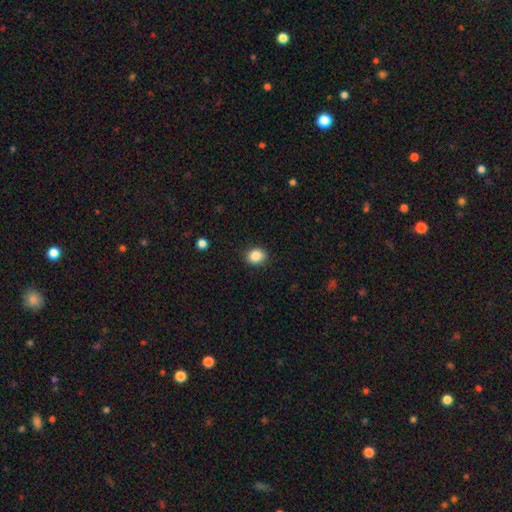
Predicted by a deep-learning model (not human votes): Smooth or featured? Predicted: smooth (p=0.86). How rounded? Predicted: round (p=0.60). Merging? Predicted: none (p=0.89).